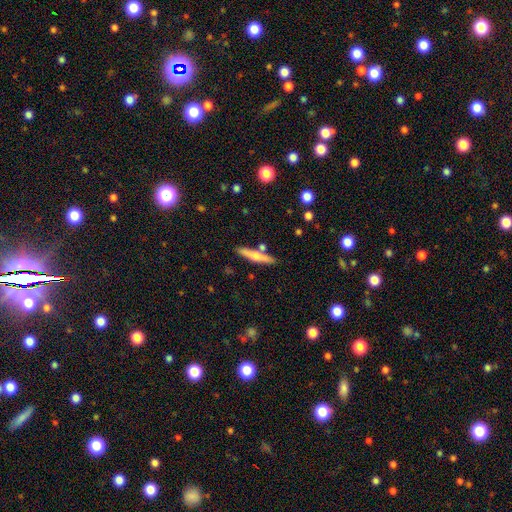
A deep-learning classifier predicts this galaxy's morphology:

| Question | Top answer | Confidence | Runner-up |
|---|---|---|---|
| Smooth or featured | smooth | 54% | featured or disk (40%) |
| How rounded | cigar-shaped | 90% | in between (8%) |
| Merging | none | 80% | minor disturbance (10%) |